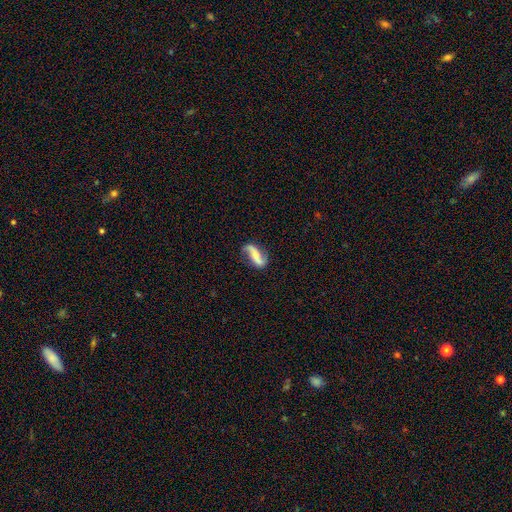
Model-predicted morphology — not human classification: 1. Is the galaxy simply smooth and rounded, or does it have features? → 78% featured or disk, 16% smooth, 7% star or artifact.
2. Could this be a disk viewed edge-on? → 95% no, 5% yes.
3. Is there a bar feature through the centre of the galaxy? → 37% strong, 34% no, 29% weak.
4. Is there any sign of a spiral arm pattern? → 94% yes, 6% no.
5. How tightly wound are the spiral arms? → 79% loose, 15% medium, 6% tight.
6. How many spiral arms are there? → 91% 2, 4% 1, 2% can't tell, 1% 3, 1% 4, 1% more than 4.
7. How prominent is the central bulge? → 38% small, 32% none, 23% moderate, 5% large, 2% dominant.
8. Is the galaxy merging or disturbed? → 72% none, 18% minor disturbance, 8% major disturbance, 3% merger.